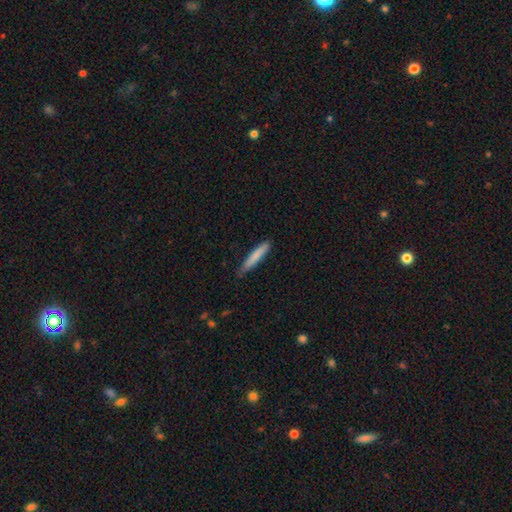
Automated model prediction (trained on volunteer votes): smooth_or_featured: smooth (p=0.81) [alt: featured or disk p=0.14]
how_rounded: cigar-shaped (p=0.93) [alt: in between p=0.06]
merging: none (p=0.78) [alt: minor disturbance p=0.18]